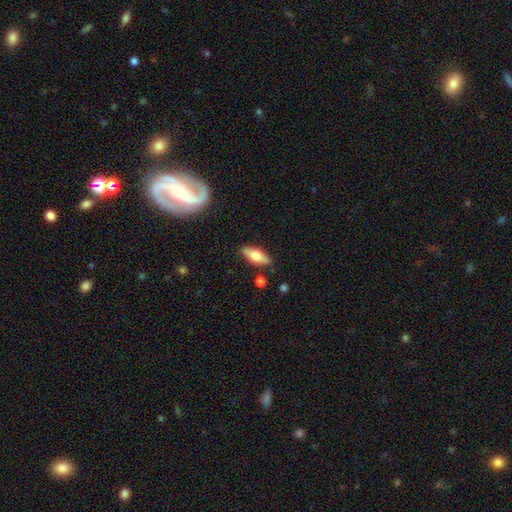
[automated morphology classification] This appears to be a smooth galaxy with no disk features (60%) that is in between round and cigar-shaped (67%). Merging: none (85%).